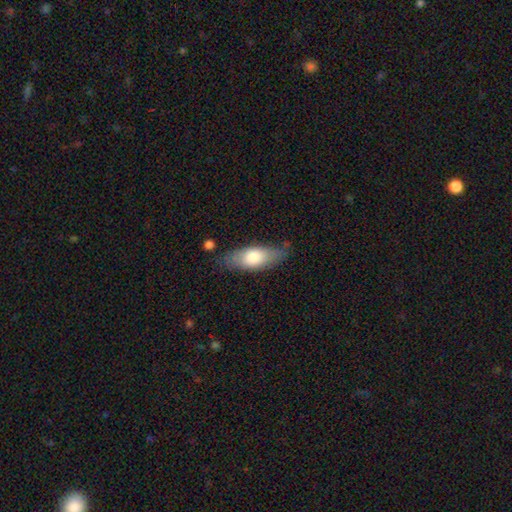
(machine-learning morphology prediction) Smooth or featured? Predicted: smooth (p=0.72). How rounded? Predicted: in between (p=0.75). Merging? Predicted: none (p=0.70).